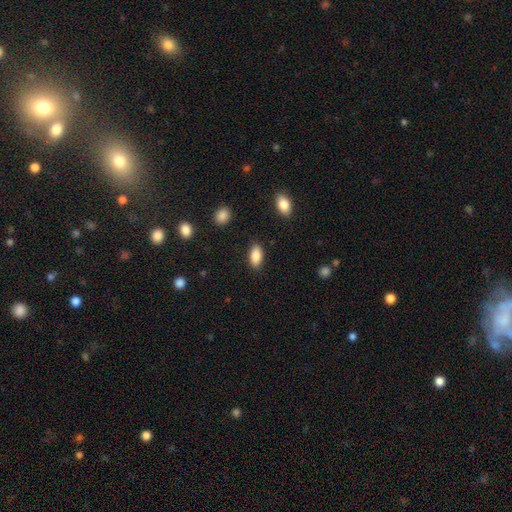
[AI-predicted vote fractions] Smooth or featured: smooth — 87% (star or artifact — 7%)
How rounded: in between — 91% (cigar-shaped — 6%)
Merging: none — 87% (minor disturbance — 9%)